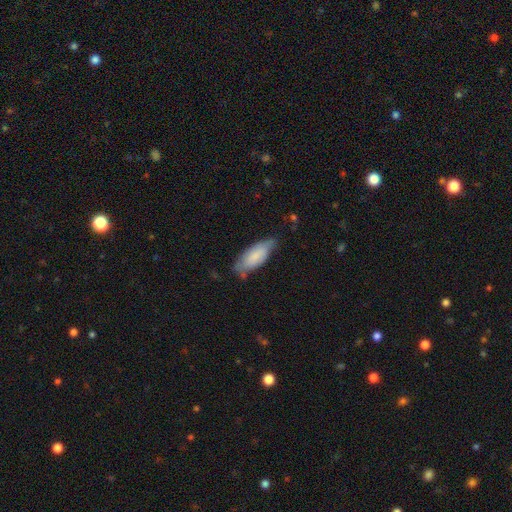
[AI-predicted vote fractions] The model was most divided on "merging": none: 58%, minor disturbance: 33%, major disturbance: 6%, merger: 3%. More confident: smooth or featured — smooth (79%); how rounded — in between (73%).